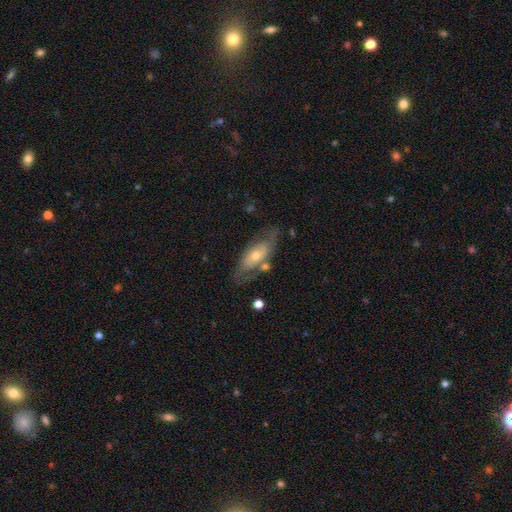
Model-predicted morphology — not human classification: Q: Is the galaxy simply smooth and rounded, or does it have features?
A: featured or disk — 58%.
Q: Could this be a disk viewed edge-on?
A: no — 81%.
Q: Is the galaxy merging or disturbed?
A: none — 61%.